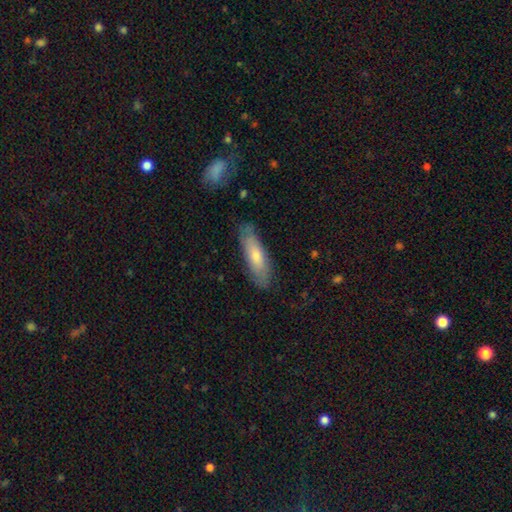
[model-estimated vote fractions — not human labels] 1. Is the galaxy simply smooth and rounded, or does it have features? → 64% smooth, 30% featured or disk, 6% star or artifact.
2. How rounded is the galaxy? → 56% cigar-shaped, 42% in between, 2% round.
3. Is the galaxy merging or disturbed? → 78% none, 17% minor disturbance, 3% major disturbance, 2% merger.